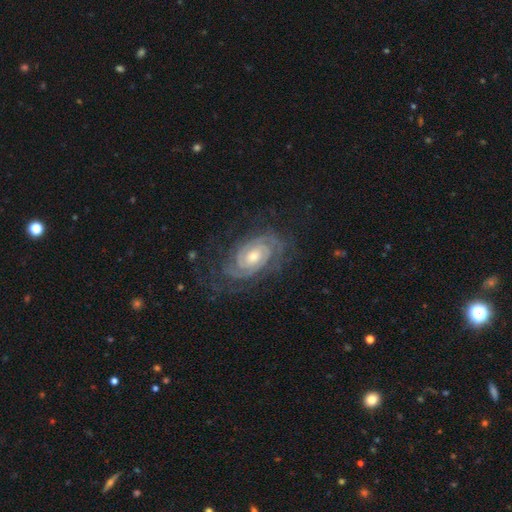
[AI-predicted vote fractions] The model was most divided on "bulge size": moderate: 60%, small: 35%, large: 4%, none: 1%, dominant: 1%. More confident: spiral arms — yes (98%); edge-on disk — no (97%); smooth or featured — featured or disk (89%); spiral winding — tight (77%); merging — none (76%); bar — no (60%); spiral arm count — 2 (57%).